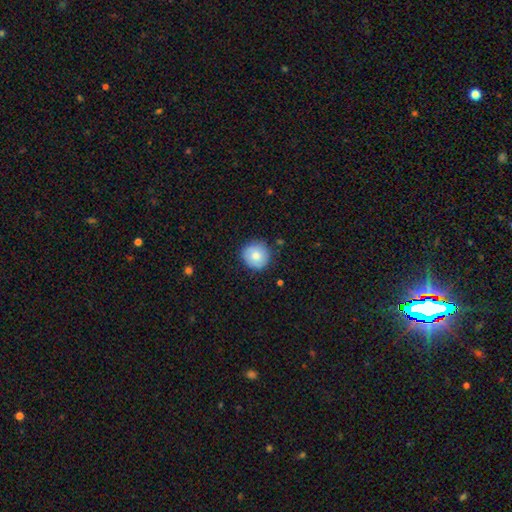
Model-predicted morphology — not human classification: Smooth or featured? Predicted: smooth (p=0.80). How rounded? Predicted: round (p=0.93). Merging? Predicted: none (p=0.84).